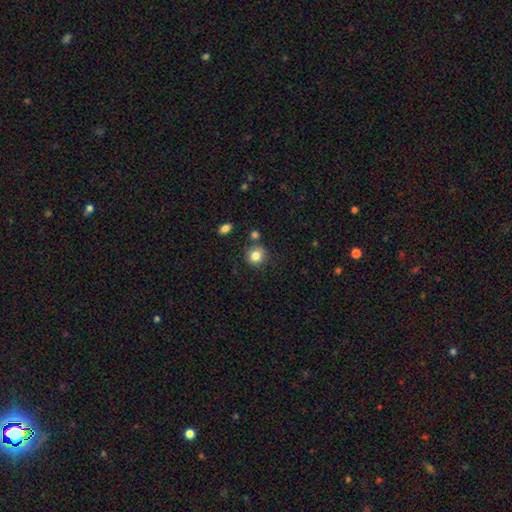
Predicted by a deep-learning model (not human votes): Overall: smooth (83%). How rounded: round (85%). Merging: none (77%).